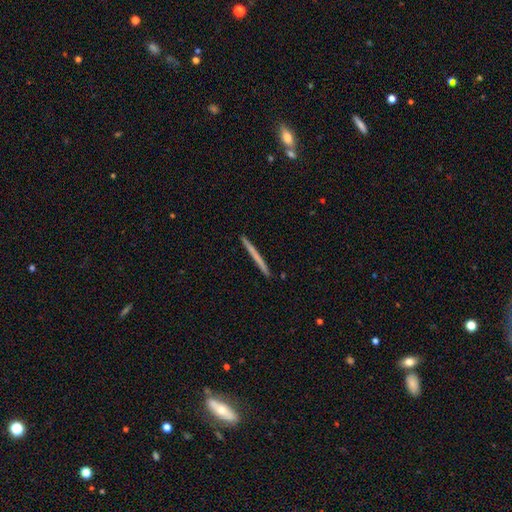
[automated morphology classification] Smooth or featured? smooth (52%)
How rounded? cigar-shaped (97%)
Merging? none (93%)